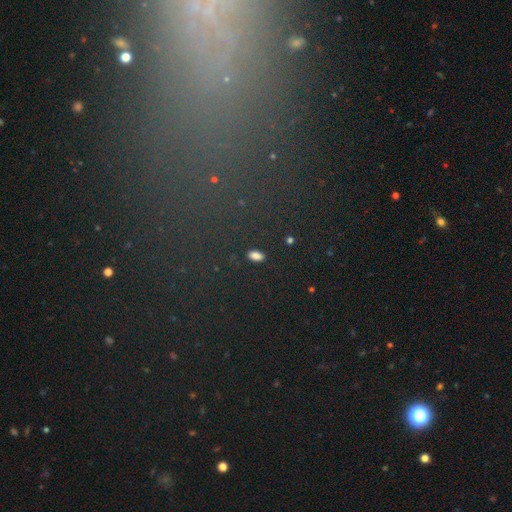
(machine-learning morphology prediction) Smooth or featured? smooth (83%)
How rounded? in between (92%)
Merging? none (90%)